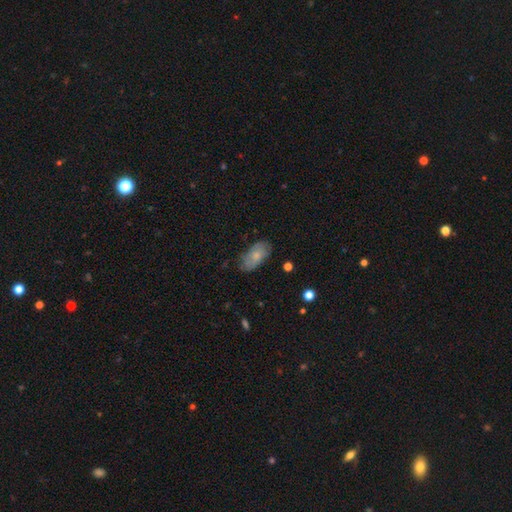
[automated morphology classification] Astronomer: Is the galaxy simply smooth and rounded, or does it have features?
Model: smooth — 72%.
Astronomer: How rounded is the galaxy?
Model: in between — 93%.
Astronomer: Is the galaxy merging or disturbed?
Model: none — 73%.